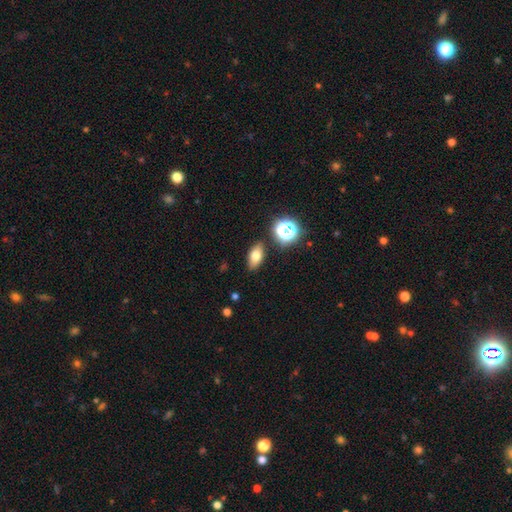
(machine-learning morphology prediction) Smooth or featured: smooth — 71% (featured or disk — 16%)
How rounded: in between — 81% (round — 12%)
Merging: none — 85% (minor disturbance — 9%)